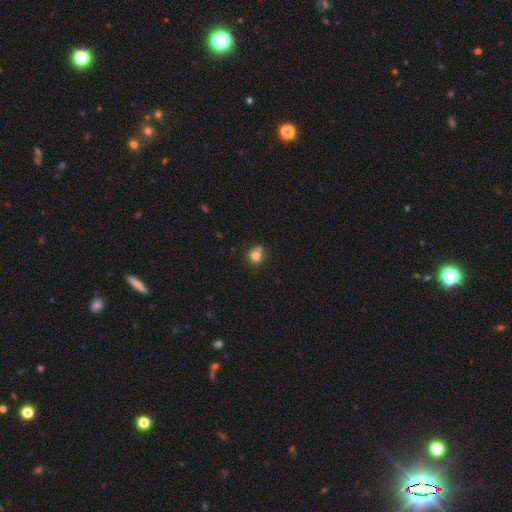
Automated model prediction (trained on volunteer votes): This is likely a smooth galaxy (78%). How rounded: clearly round (87%). Merging: possibly none (60%).